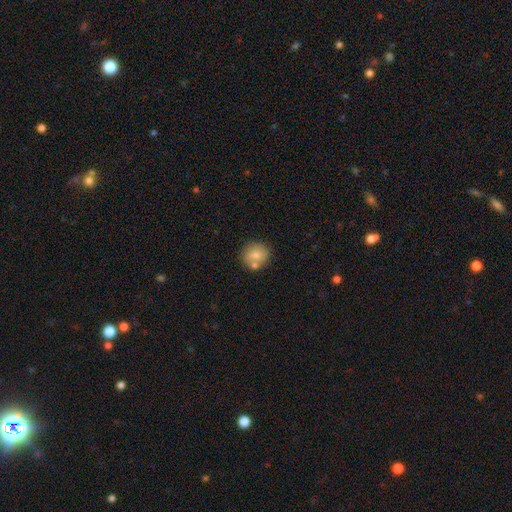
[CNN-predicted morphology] This appears to be a smooth galaxy with no disk features (75%) that is round (87%). Merging: none (66%).